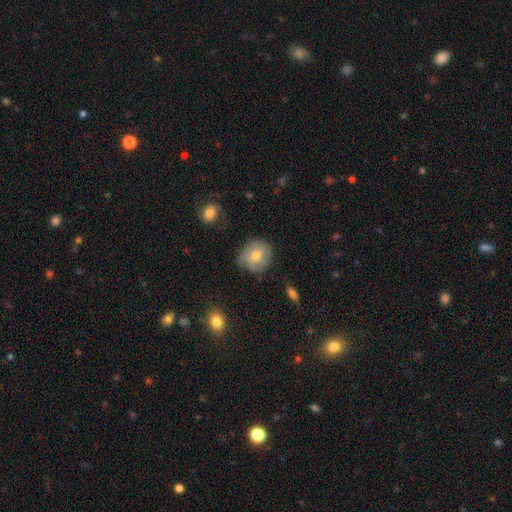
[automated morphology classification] type=smooth (50%); merging=none (63%).